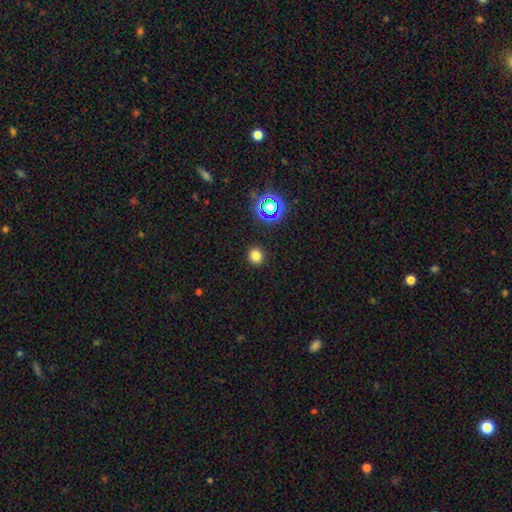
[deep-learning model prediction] Q: Smooth or featured?
A: smooth (78%); runner-up: star or artifact (17%)
Q: How rounded?
A: round (88%); runner-up: in between (11%)
Q: Merging?
A: none (91%); runner-up: minor disturbance (5%)